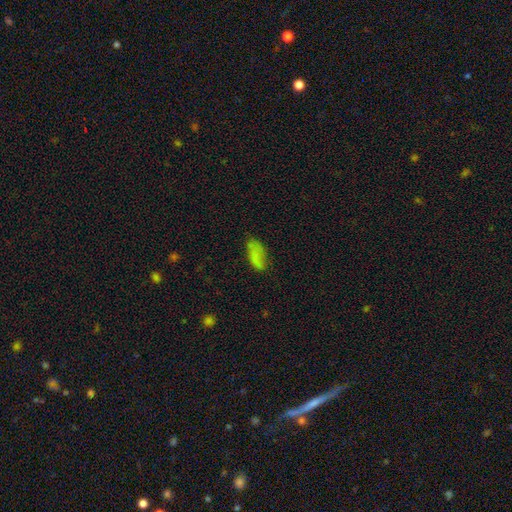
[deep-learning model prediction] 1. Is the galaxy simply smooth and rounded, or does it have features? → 74% smooth, 14% featured or disk, 12% star or artifact.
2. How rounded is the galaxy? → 88% in between, 9% cigar-shaped, 3% round.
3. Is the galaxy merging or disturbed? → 57% none, 28% minor disturbance, 12% major disturbance, 3% merger.